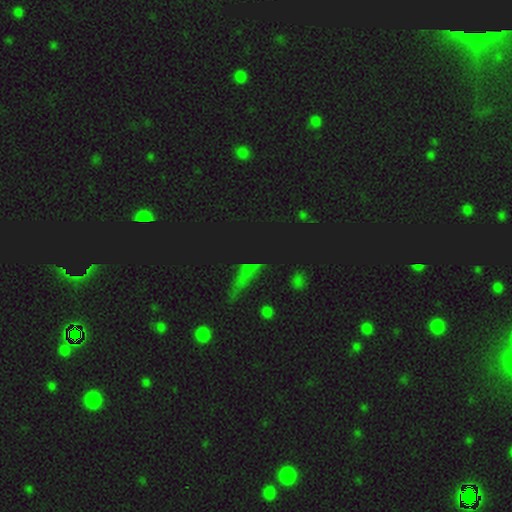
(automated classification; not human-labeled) Overall: star or artifact (60%; smooth 28%).